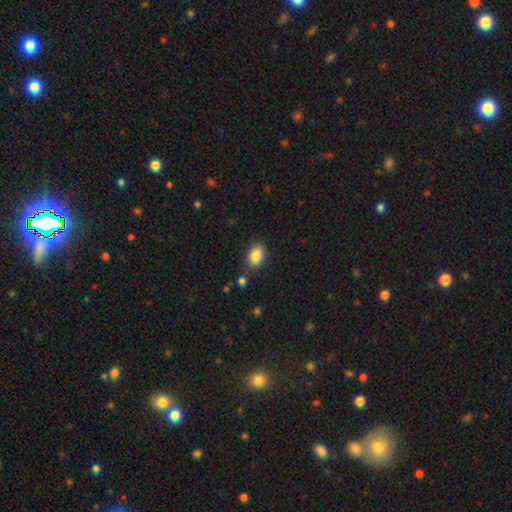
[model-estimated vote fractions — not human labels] A smooth galaxy with no disk features (86%) that is in between round and cigar-shaped (87%).

Vote fractions:
- Smooth or featured? smooth: 86% / star or artifact: 8% / featured or disk: 6%
- How rounded? in between: 87% / round: 12% / cigar-shaped: 1%
- Merging? none: 81% / minor disturbance: 12% / merger: 4% / major disturbance: 3%